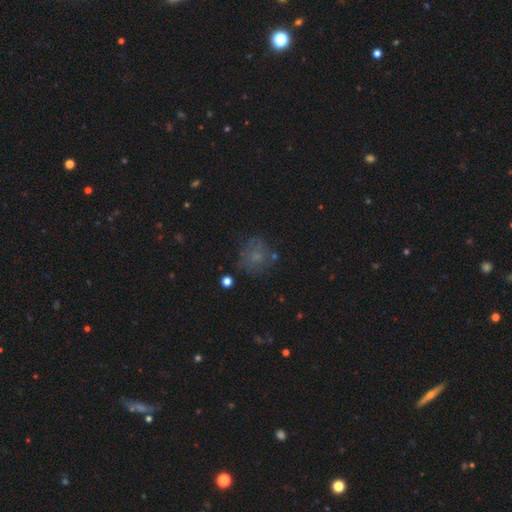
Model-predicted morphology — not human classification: Smooth or featured: smooth — 57% (featured or disk — 23%)
How rounded: round — 78% (in between — 21%)
Merging: none — 62% (minor disturbance — 20%)